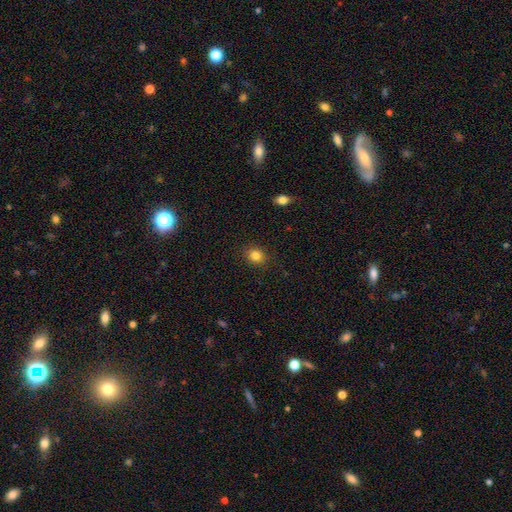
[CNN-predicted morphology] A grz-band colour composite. It shows a smooth galaxy with no disk features (84%) that is round (74%). Merging: none (89%).